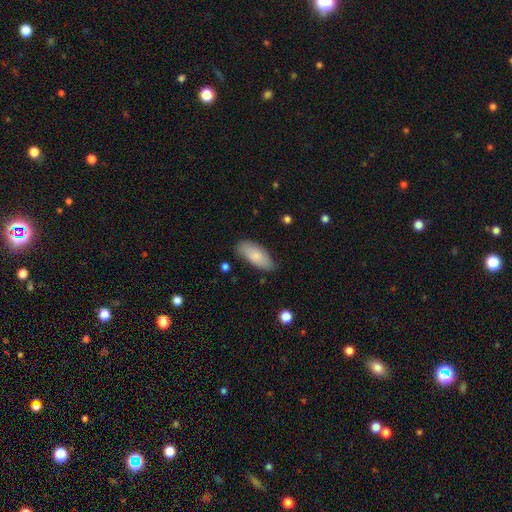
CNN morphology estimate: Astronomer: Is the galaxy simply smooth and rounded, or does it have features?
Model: smooth — 78%.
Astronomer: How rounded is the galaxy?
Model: in between — 84%.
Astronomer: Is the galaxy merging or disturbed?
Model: none — 76%.